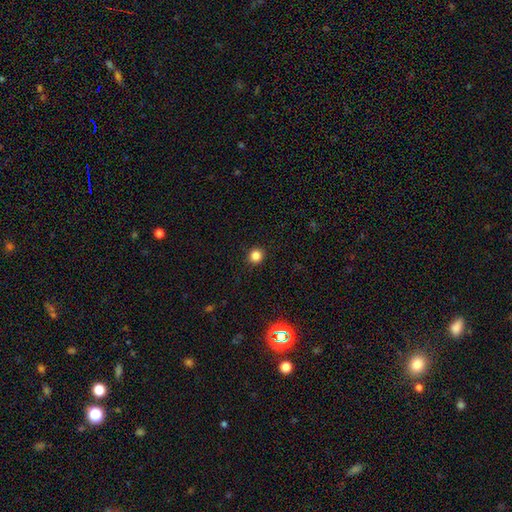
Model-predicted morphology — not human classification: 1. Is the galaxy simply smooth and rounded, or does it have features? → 83% smooth, 13% star or artifact, 4% featured or disk.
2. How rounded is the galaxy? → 91% round, 8% in between, 1% cigar-shaped.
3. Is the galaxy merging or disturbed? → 92% none, 5% minor disturbance, 2% major disturbance, 1% merger.